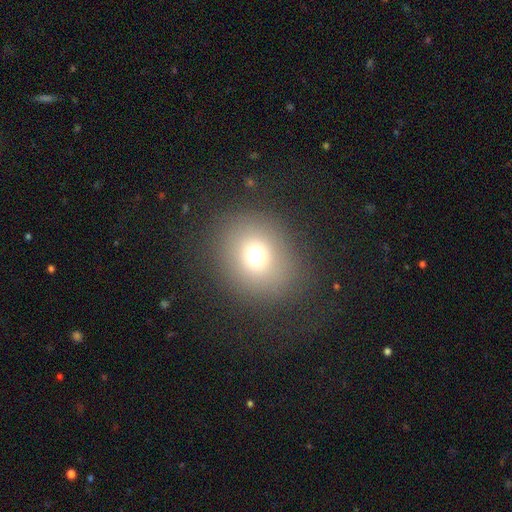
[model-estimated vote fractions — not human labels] A smooth galaxy with no disk features (70%) that is round (75%). Merging: none (83%).